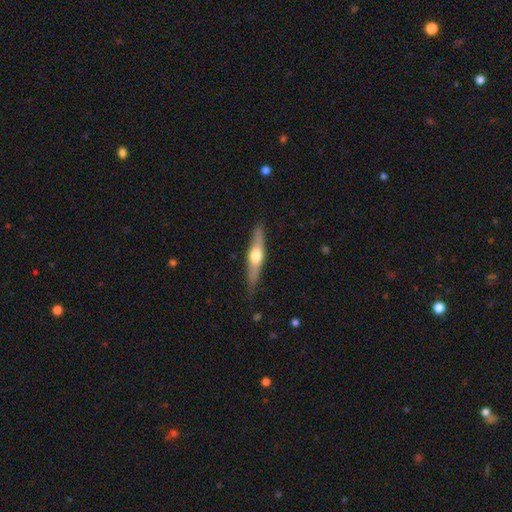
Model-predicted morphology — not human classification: featured or disk 58%, smooth 37%, star or artifact 5%. Down the decision tree: edge-on disk — yes (93%); edge-on bulge — rounded (93%); merging — none (85%).